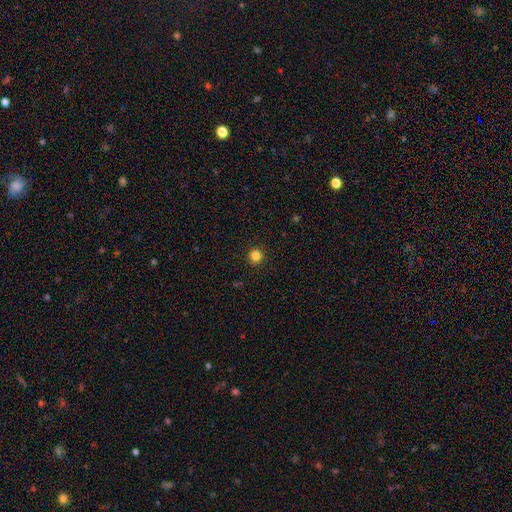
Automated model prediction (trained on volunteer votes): A smooth galaxy with no disk features (83%) that is round (95%).

Vote fractions:
- Smooth or featured? smooth: 83% / star or artifact: 13% / featured or disk: 4%
- How rounded? round: 95% / in between: 4% / cigar-shaped: 1%
- Merging? none: 93% / minor disturbance: 4% / major disturbance: 2% / merger: 1%